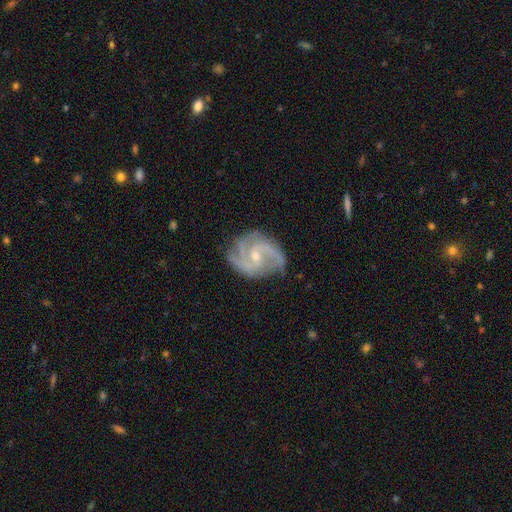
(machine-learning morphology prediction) The model was most divided on "bar": no: 44%, weak: 43%, strong: 13%. Remaining: spiral arms — yes (98%); edge-on disk — no (98%); smooth or featured — featured or disk (91%); merging — none (73%); bulge size — small (66%); spiral winding — medium (52%); spiral arm count — 3 (42%).